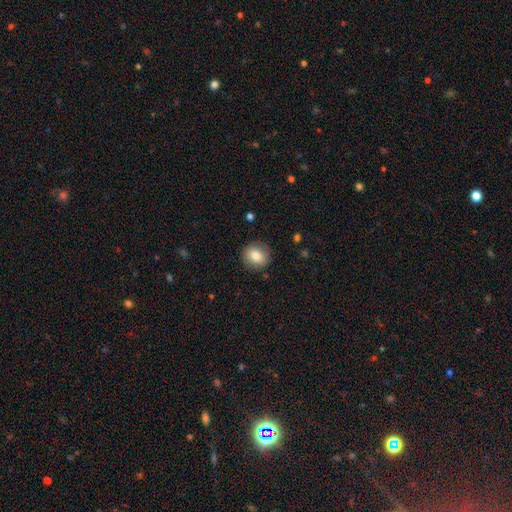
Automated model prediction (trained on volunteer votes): A smooth galaxy with no disk features (79%) that is round (76%).

Vote fractions:
- Smooth or featured? smooth: 79% / featured or disk: 12% / star or artifact: 9%
- How rounded? round: 76% / in between: 23% / cigar-shaped: 1%
- Merging? none: 86% / minor disturbance: 10% / major disturbance: 3% / merger: 1%